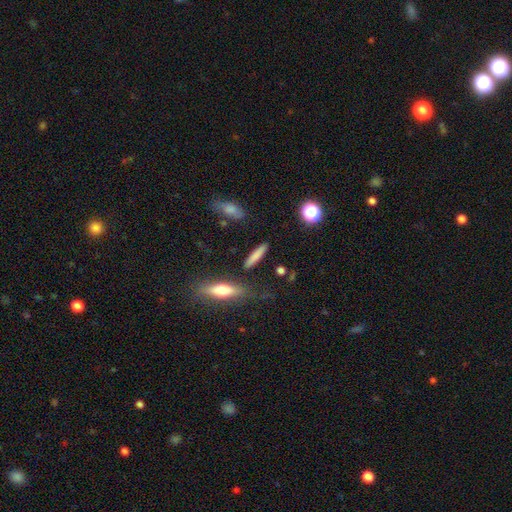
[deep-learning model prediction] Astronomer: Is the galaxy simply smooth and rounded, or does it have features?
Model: smooth — 76%.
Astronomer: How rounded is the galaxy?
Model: cigar-shaped — 81%.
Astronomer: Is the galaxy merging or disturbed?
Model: none — 84%.